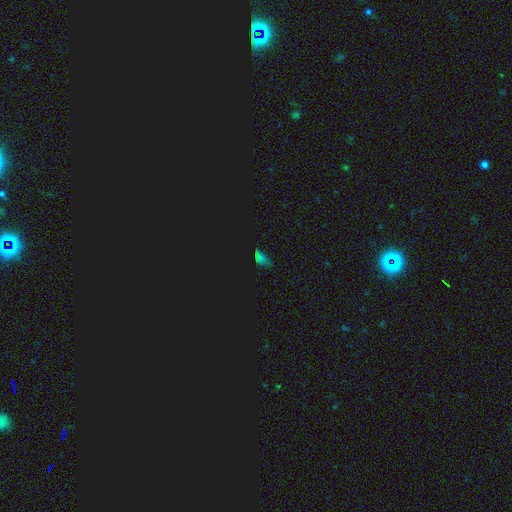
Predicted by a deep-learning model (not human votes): smooth-or-featured: star or artifact: 62% | smooth: 30% | featured or disk: 8%